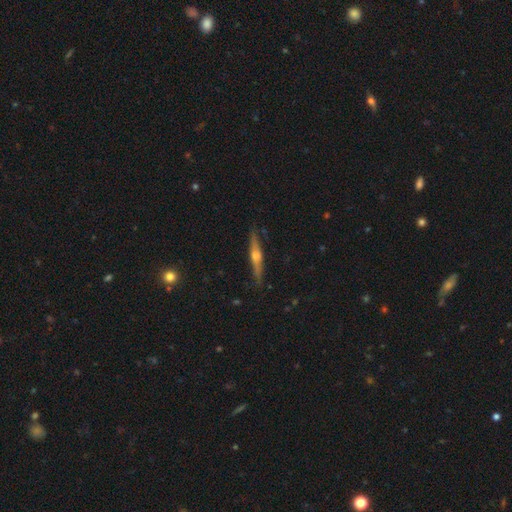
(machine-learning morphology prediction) Smooth or featured? Predicted: featured or disk (p=0.73). Edge-on disk? Predicted: yes (p=0.97). Edge-on bulge? Predicted: rounded (p=0.89). Merging? Predicted: none (p=0.87).